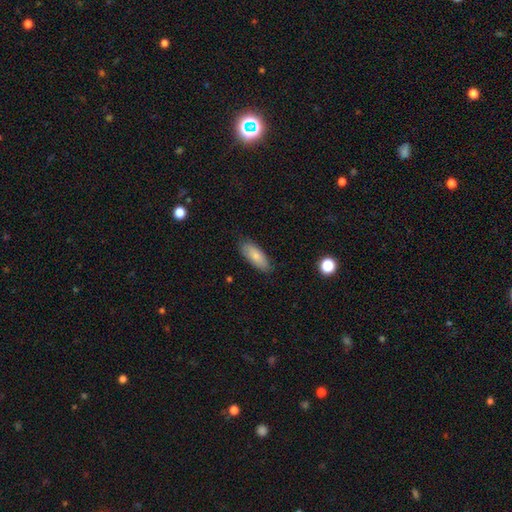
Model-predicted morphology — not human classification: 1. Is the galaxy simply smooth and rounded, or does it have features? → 80% smooth, 14% featured or disk, 6% star or artifact.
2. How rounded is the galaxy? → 79% in between, 19% cigar-shaped, 2% round.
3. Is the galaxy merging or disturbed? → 82% none, 15% minor disturbance, 3% major disturbance, 1% merger.